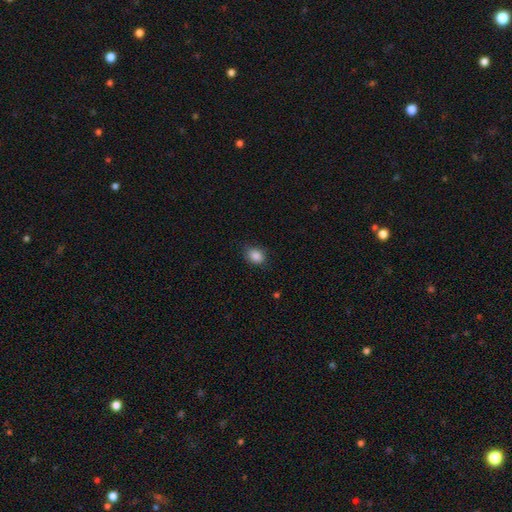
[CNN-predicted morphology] Smooth or featured: smooth — 87% (star or artifact — 9%)
How rounded: in between — 62% (round — 37%)
Merging: none — 81% (minor disturbance — 15%)